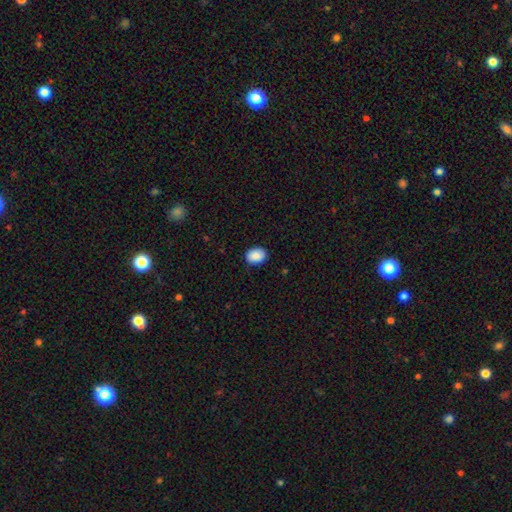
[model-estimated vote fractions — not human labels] Overall: smooth (89%). How rounded: in between (71%). Merging: none (86%).